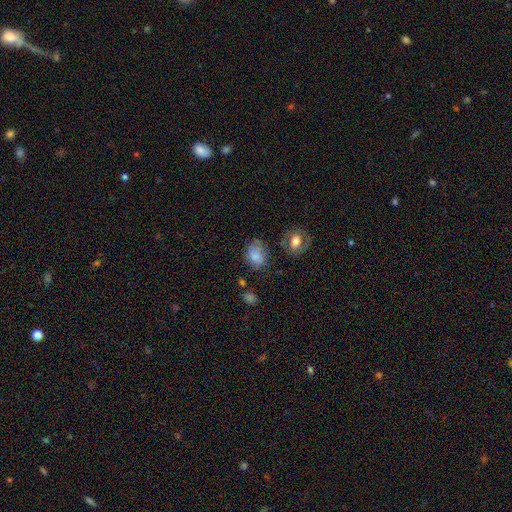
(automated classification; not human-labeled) Smooth or featured: smooth — 77% (featured or disk — 13%)
How rounded: in between — 59% (round — 40%)
Merging: none — 60% (minor disturbance — 25%)